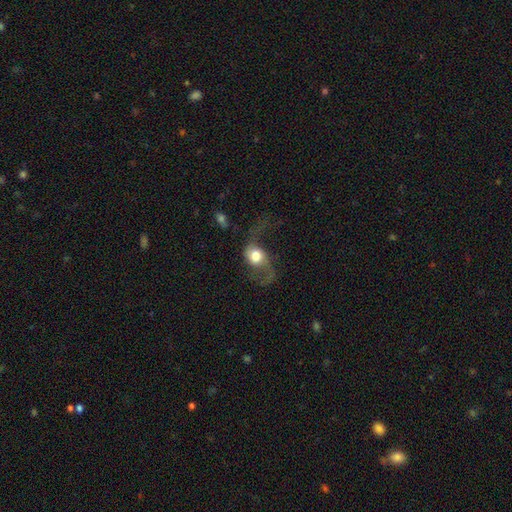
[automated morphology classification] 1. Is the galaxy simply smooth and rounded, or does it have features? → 50% featured or disk, 42% smooth, 8% star or artifact.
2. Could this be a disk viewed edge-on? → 95% no, 5% yes.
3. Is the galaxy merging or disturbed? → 48% major disturbance, 31% none, 17% minor disturbance, 4% merger.